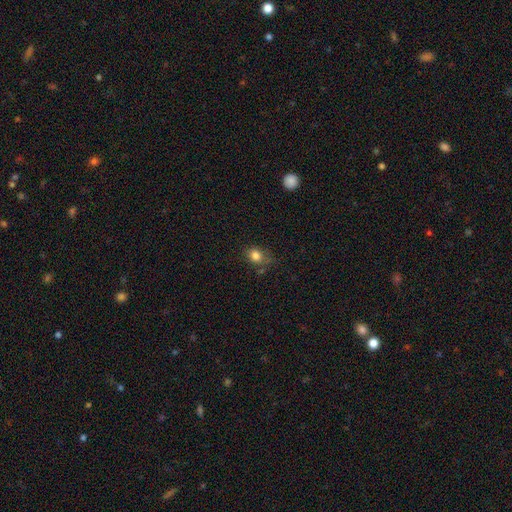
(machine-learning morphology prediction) Smooth or featured? smooth (82%)
How rounded? round (57%)
Merging? none (65%)